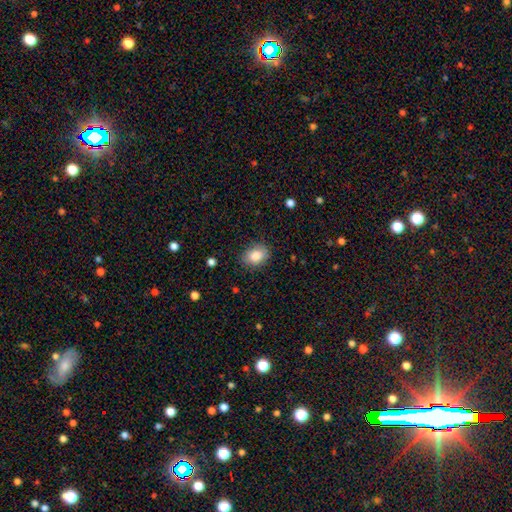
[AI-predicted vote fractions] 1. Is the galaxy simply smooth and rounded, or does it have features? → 86% smooth, 8% star or artifact, 7% featured or disk.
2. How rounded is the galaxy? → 75% in between, 24% round, 1% cigar-shaped.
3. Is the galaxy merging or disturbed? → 82% none, 14% minor disturbance, 3% major disturbance, 1% merger.